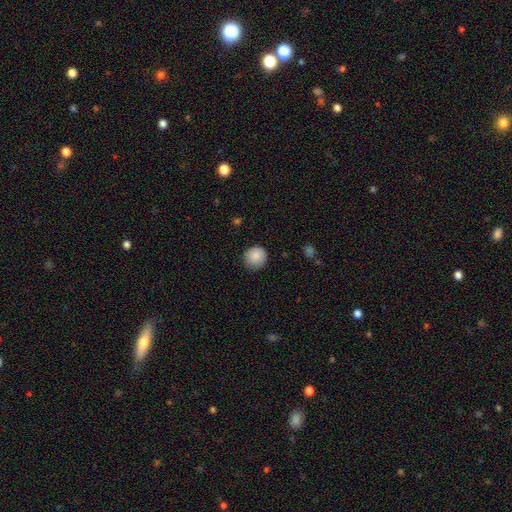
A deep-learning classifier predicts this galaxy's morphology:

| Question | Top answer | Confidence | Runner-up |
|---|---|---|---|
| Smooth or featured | smooth | 87% | star or artifact (8%) |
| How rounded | round | 93% | in between (6%) |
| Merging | none | 86% | minor disturbance (11%) |